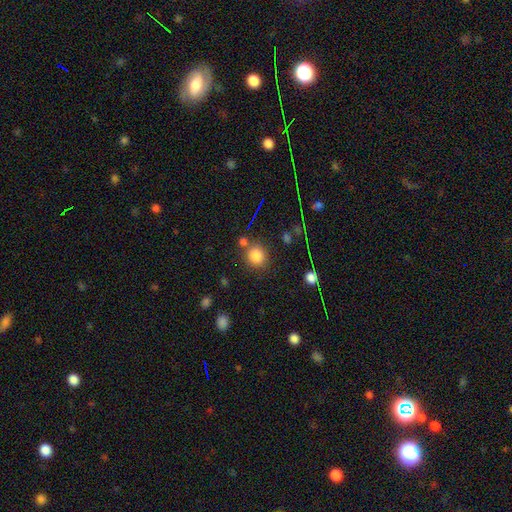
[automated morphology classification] Smooth or featured? Predicted: smooth (p=0.81). How rounded? Predicted: round (p=0.84). Merging? Predicted: none (p=0.75).